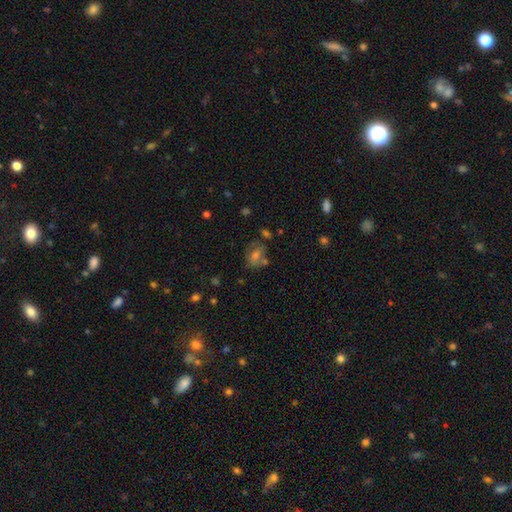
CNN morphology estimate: A smooth galaxy with no disk features (45%). Merging: none (61%).